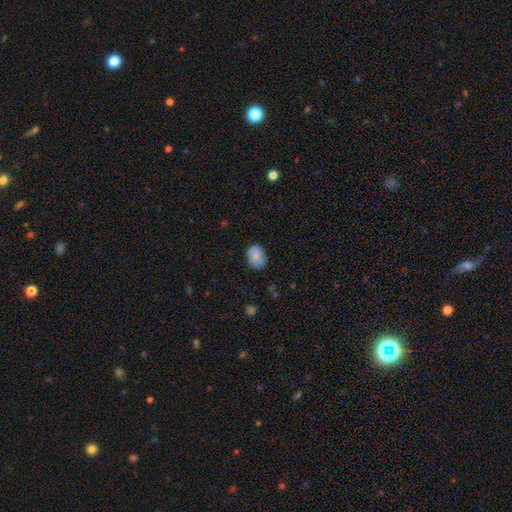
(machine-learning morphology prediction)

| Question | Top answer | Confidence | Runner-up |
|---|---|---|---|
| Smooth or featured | smooth | 75% | featured or disk (17%) |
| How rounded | in between | 56% | round (43%) |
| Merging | none | 78% | minor disturbance (17%) |